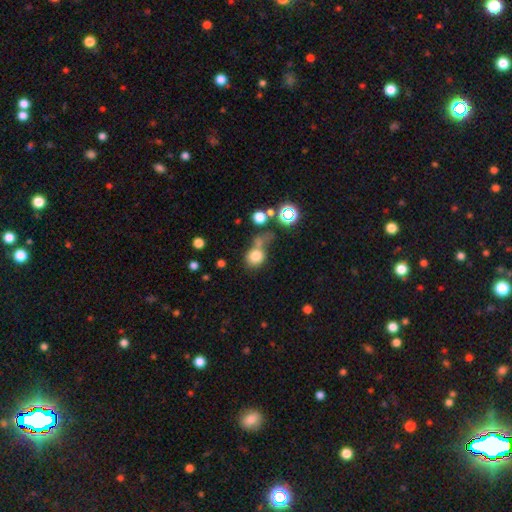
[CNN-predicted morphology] type=smooth (76%); roundness=round (74%); merging=none (41%).